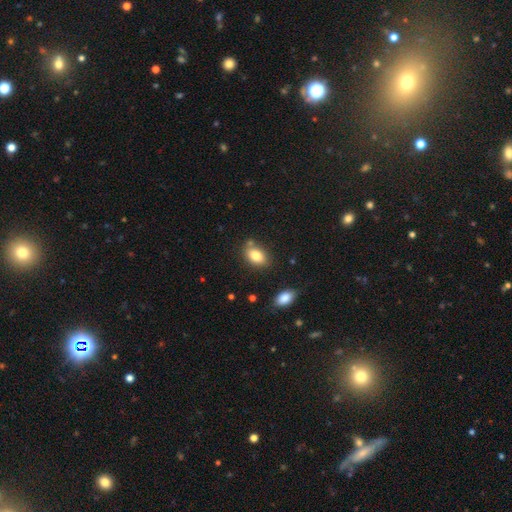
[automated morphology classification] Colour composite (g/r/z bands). It shows a smooth galaxy with no disk features (82%) that is in between round and cigar-shaped (84%). Merging: none (71%).